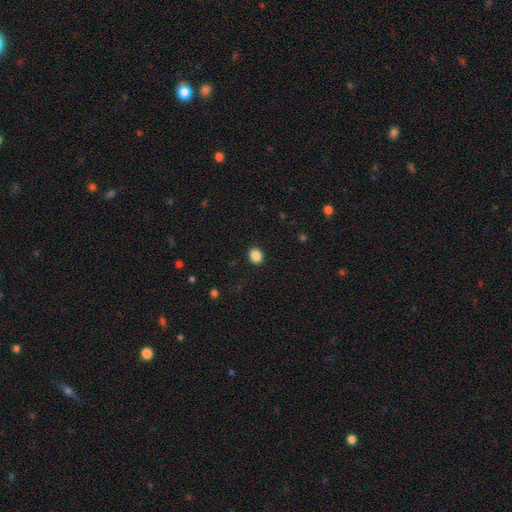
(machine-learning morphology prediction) Smooth or featured? smooth (87%)
How rounded? round (58%)
Merging? none (91%)